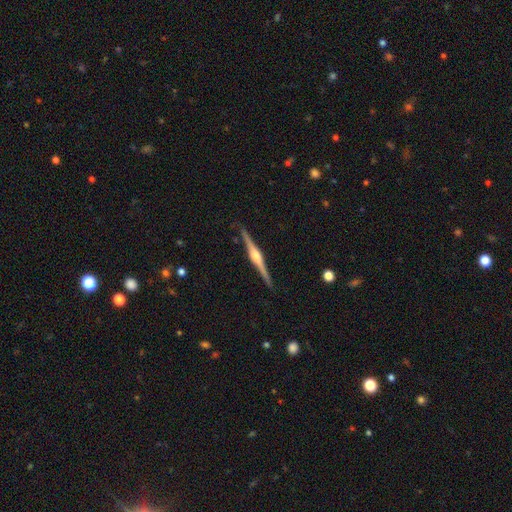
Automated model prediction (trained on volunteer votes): The model was most divided on "smooth or featured": featured or disk: 86%, smooth: 9%, star or artifact: 5%. More confident: edge-on disk — yes (99%); merging — none (90%); edge-on bulge — rounded (88%).